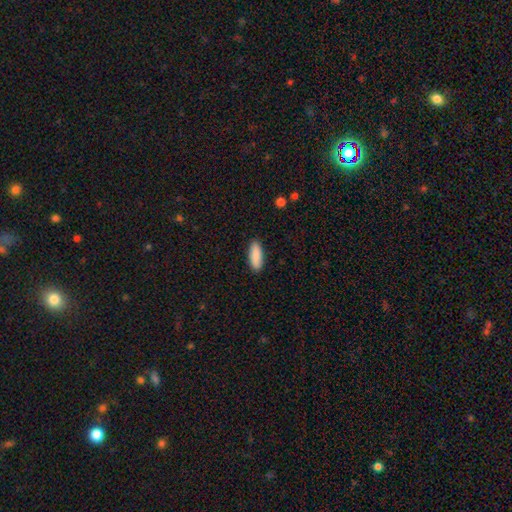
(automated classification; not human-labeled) smooth-or-featured: smooth: 89% | featured or disk: 6% | star or artifact: 6%
  how-rounded: in between: 65% | cigar-shaped: 34% | round: 2%
  merging: none: 89% | minor disturbance: 8% | major disturbance: 2% | merger: 1%